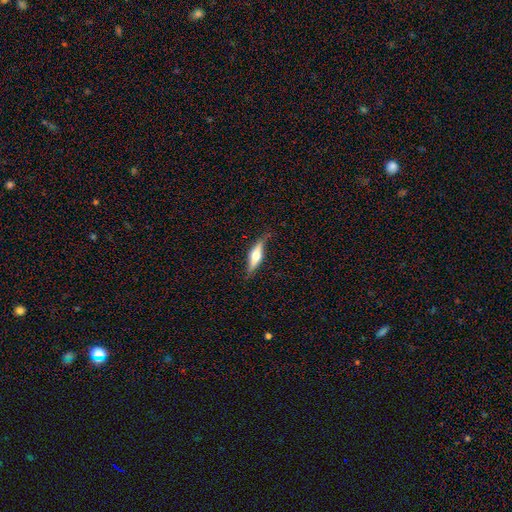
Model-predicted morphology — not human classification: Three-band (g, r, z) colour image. It shows a featured or disk galaxy (55%) viewed edge-on (89%). Merging: none (71%).